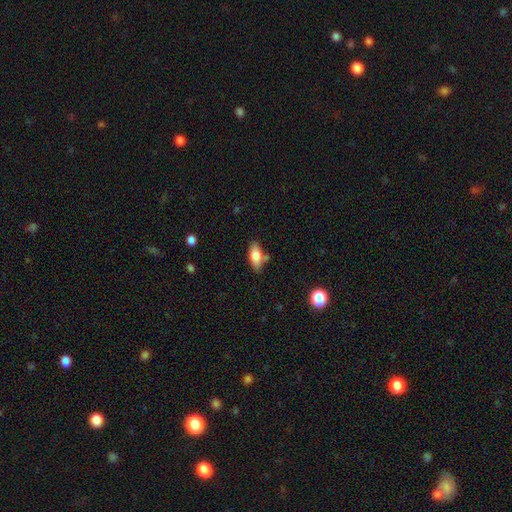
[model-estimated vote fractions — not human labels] smooth_or_featured: smooth (p=0.78) [alt: featured or disk p=0.15]
how_rounded: in between (p=0.82) [alt: cigar-shaped p=0.15]
merging: none (p=0.70) [alt: minor disturbance p=0.16]